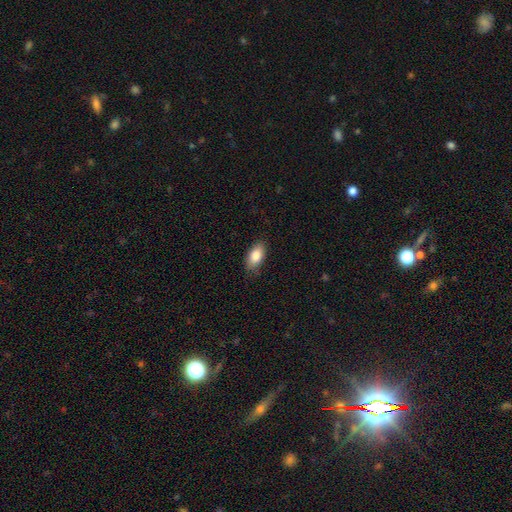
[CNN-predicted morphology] Overall: smooth (84%). How rounded: in between (91%). Merging: none (82%).